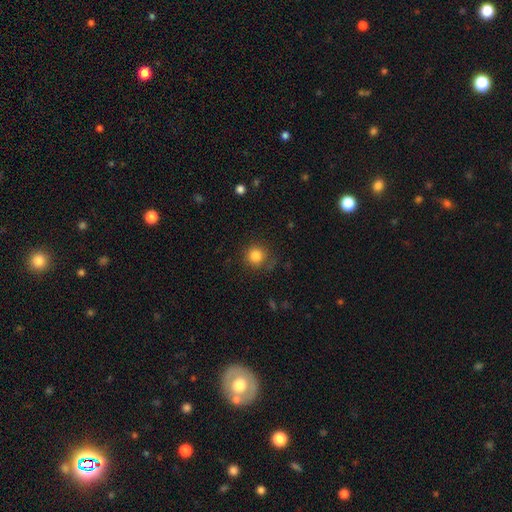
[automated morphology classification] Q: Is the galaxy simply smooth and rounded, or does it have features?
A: smooth — 84%.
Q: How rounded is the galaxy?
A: round — 93%.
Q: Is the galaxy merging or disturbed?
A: none — 81%.